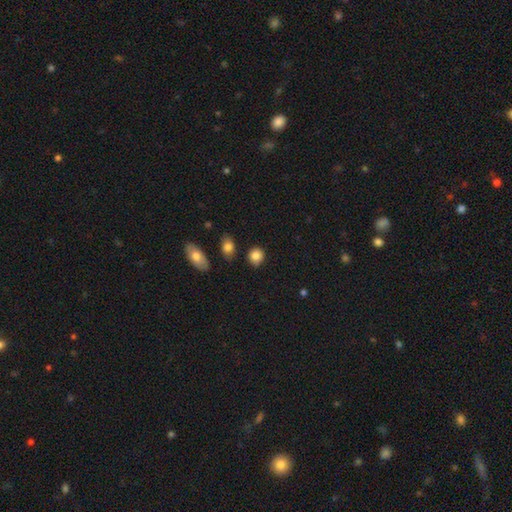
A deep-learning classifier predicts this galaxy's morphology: smooth_or_featured: smooth (p=0.86) [alt: star or artifact p=0.08]
how_rounded: round (p=0.74) [alt: in between p=0.24]
merging: none (p=0.82) [alt: minor disturbance p=0.11]